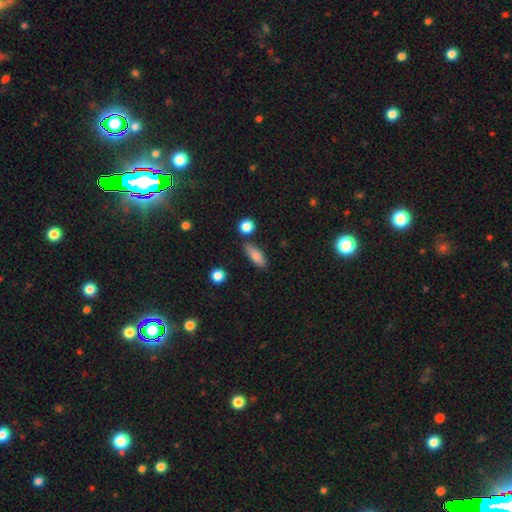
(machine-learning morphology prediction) A smooth galaxy with no disk features (80%) that is in between round and cigar-shaped (63%).

Vote fractions:
- Smooth or featured? smooth: 80% / featured or disk: 12% / star or artifact: 8%
- How rounded? in between: 63% / cigar-shaped: 32% / round: 4%
- Merging? none: 76% / minor disturbance: 14% / merger: 6% / major disturbance: 3%